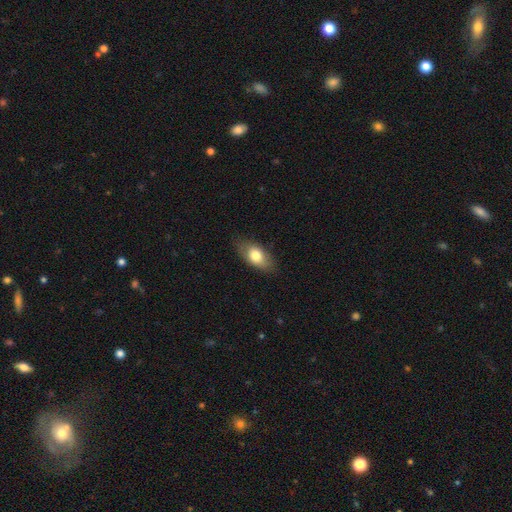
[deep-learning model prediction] This appears to be a smooth galaxy with no disk features (76%) that is in between round and cigar-shaped (87%). Merging: none (79%).